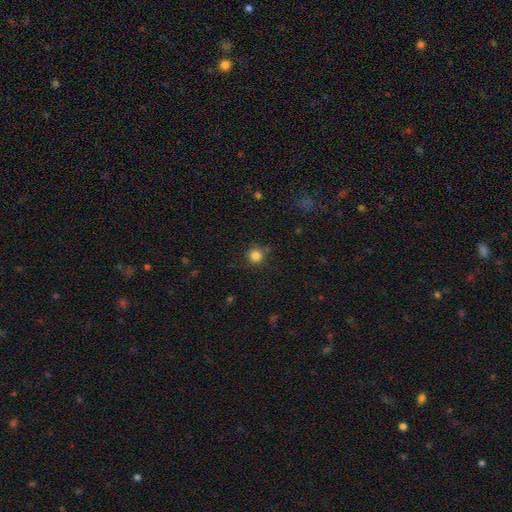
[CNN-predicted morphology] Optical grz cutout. It shows a smooth galaxy with no disk features (84%) that is round (93%). Merging: none (83%).